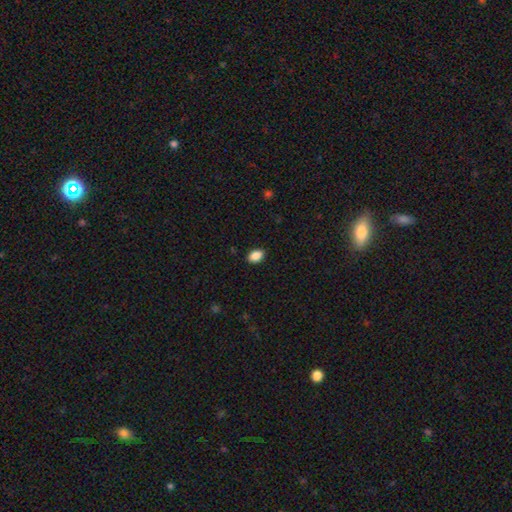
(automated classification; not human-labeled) Smooth or featured? Predicted: smooth (p=0.89). How rounded? Predicted: in between (p=0.85). Merging? Predicted: none (p=0.89).